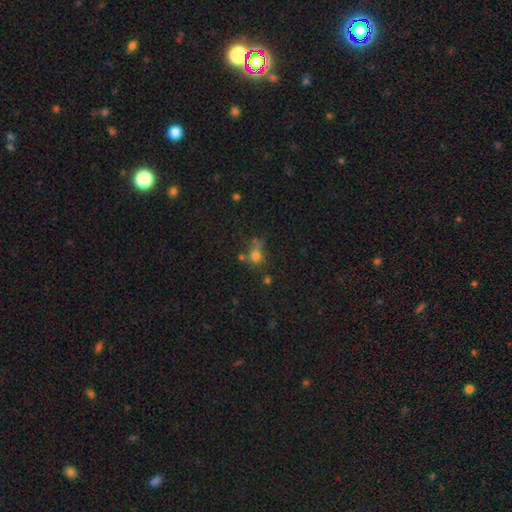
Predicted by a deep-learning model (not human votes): Morphology: type=smooth (66%); roundness=round (75%); merging=none (47%).